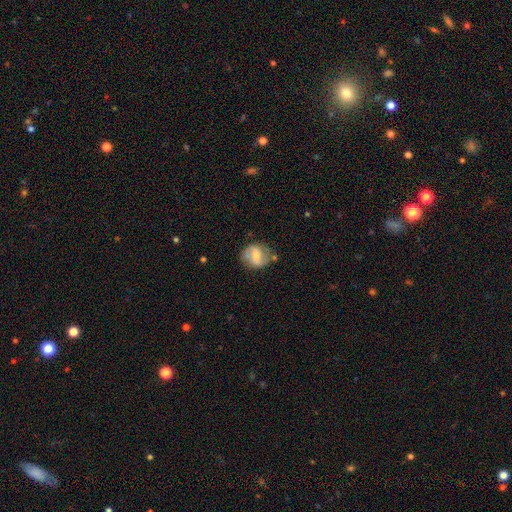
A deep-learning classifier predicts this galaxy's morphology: smooth-or-featured: featured or disk: 58% | smooth: 35% | star or artifact: 7%
  disk-edge-on: no: 97% | yes: 3%
    bar: weak: 46% | no: 32% | strong: 23%
    has-spiral-arms: yes: 80% | no: 20%
    bulge-size: small: 48% | moderate: 44% | none: 4% | large: 3% | dominant: 1%
  merging: none: 67% | minor disturbance: 21% | major disturbance: 7% | merger: 4%